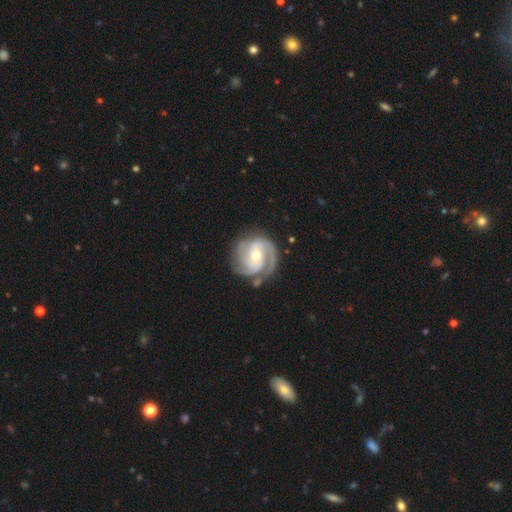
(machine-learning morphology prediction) featured or disk 89%, smooth 6%, star or artifact 4%. Down the decision tree: edge-on disk — no (98%); bar — no (54%); spiral arms — yes (98%); spiral arm count — 3 (42%); spiral winding — tight (58%); bulge size — moderate (64%); merging — none (72%).